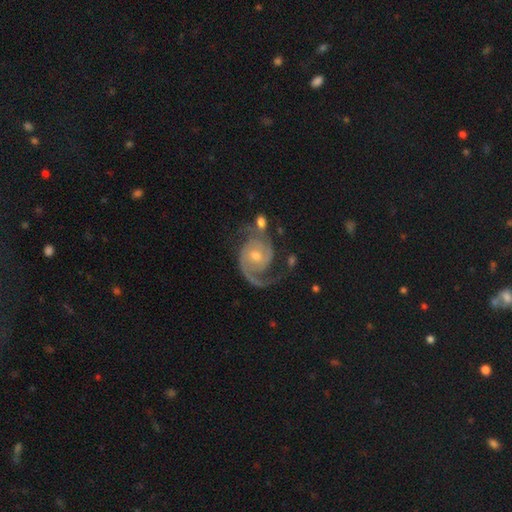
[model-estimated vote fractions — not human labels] This appears to be a featured or disk galaxy (92%) with no bar (66%), 2 (85%) medium (49%) spiral arms (98%) and a moderate central bulge (55%). Merging: none (64%).